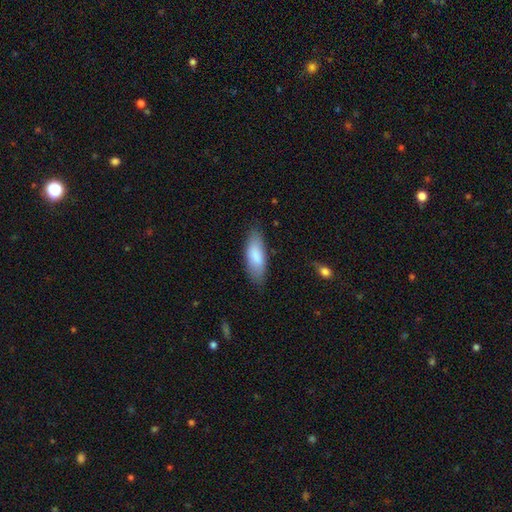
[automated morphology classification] smooth 84%, featured or disk 11%, star or artifact 6%. Down the decision tree: how rounded — in between (70%); merging — none (81%).